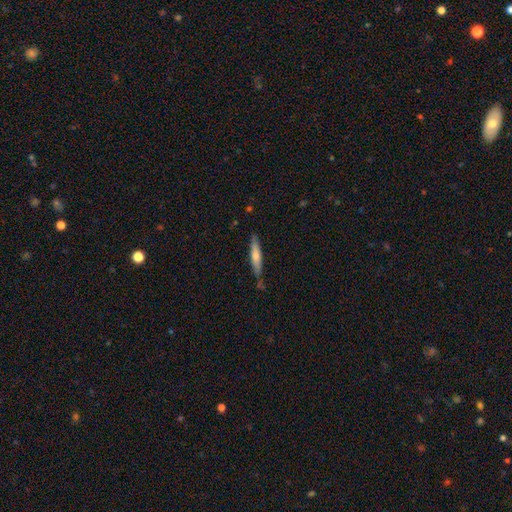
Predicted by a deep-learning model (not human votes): Smooth or featured? Predicted: smooth (p=0.60). How rounded? Predicted: cigar-shaped (p=0.88). Merging? Predicted: none (p=0.75).